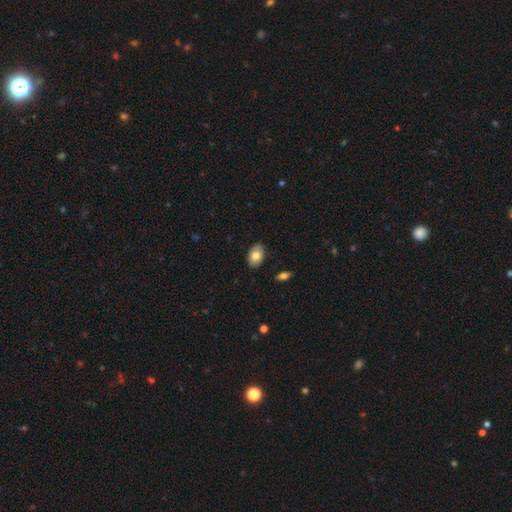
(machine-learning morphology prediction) smooth_or_featured: smooth (p=0.79) [alt: featured or disk p=0.14]
how_rounded: in between (p=0.90) [alt: round p=0.09]
merging: none (p=0.87) [alt: minor disturbance p=0.10]